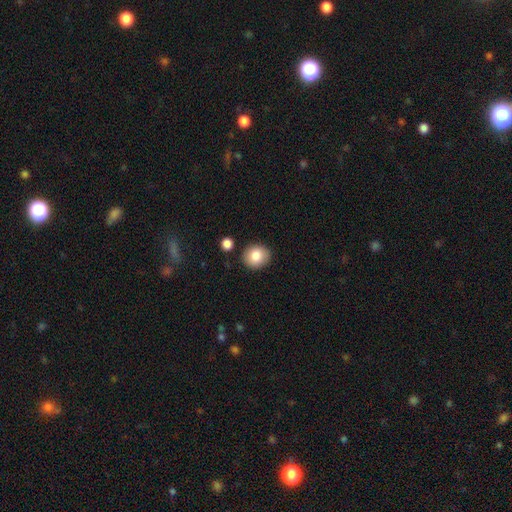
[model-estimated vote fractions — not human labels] A smooth galaxy with no disk features (85%) that is round (70%). Merging: none (86%).